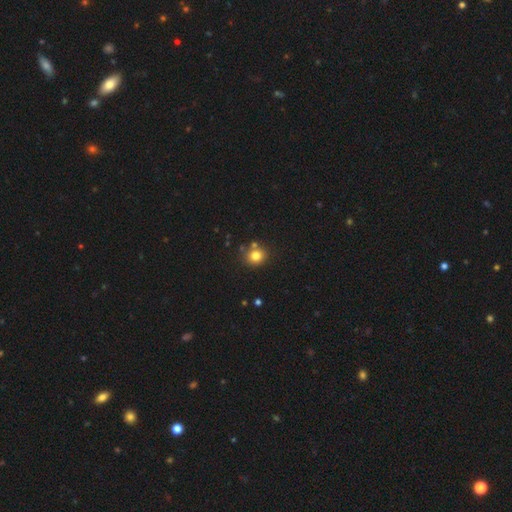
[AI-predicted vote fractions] Smooth or featured: smooth — 79% (star or artifact — 13%)
How rounded: round — 80% (in between — 19%)
Merging: none — 76% (merger — 11%)